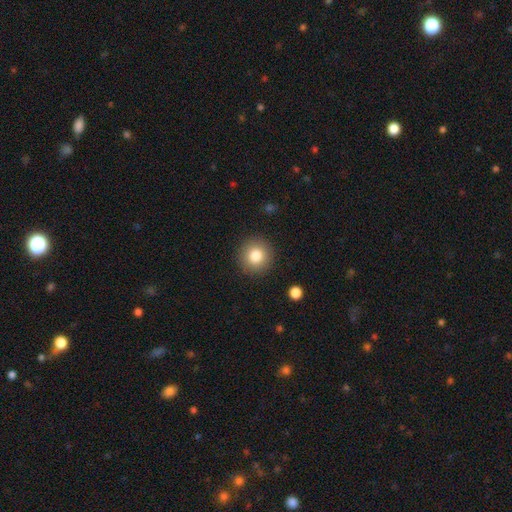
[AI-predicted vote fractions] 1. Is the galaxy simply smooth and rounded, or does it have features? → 81% smooth, 10% star or artifact, 9% featured or disk.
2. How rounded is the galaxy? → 94% round, 5% in between, 1% cigar-shaped.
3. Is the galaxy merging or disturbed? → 91% none, 6% minor disturbance, 2% major disturbance, 1% merger.